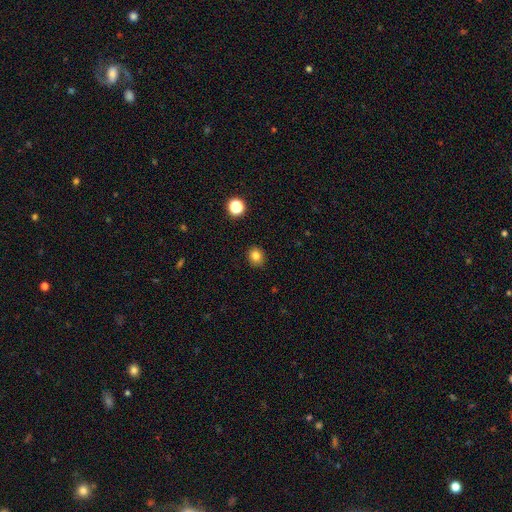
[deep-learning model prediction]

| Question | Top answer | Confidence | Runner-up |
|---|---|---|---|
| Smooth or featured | smooth | 81% | star or artifact (13%) |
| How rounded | round | 69% | in between (30%) |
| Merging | none | 90% | minor disturbance (7%) |